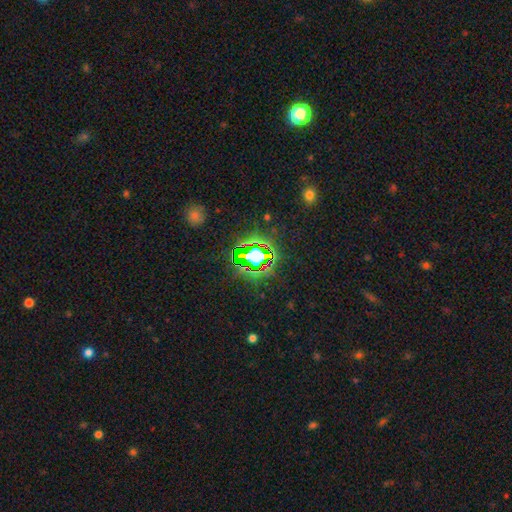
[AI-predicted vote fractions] smooth_or_featured: star or artifact (p=0.74) [alt: smooth p=0.15]